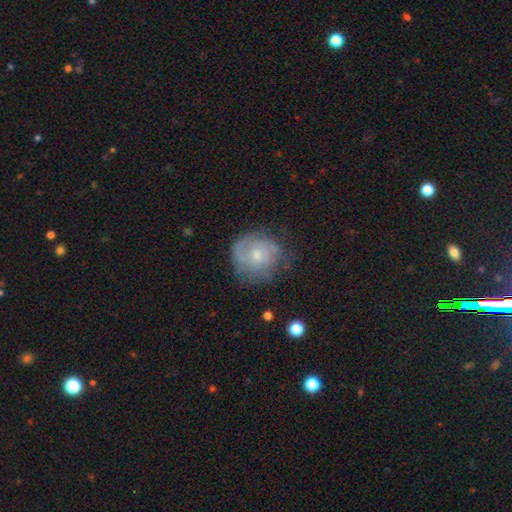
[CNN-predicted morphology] type=featured or disk (51%); edge-on=no (97%); merging=none (64%).